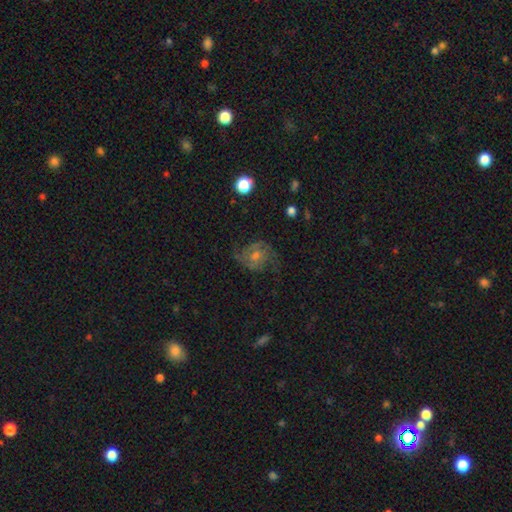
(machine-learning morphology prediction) Smooth or featured: featured or disk — 67% (smooth — 19%)
Edge-on disk: no — 97% (yes — 3%)
Bar: no — 64% (weak — 30%)
Spiral arms: yes — 90% (no — 10%)
Spiral winding: medium — 47% (tight — 30%)
Spiral arm count: 2 — 59% (can't tell — 19%)
Bulge size: moderate — 47% (small — 45%)
Merging: none — 67% (minor disturbance — 19%)